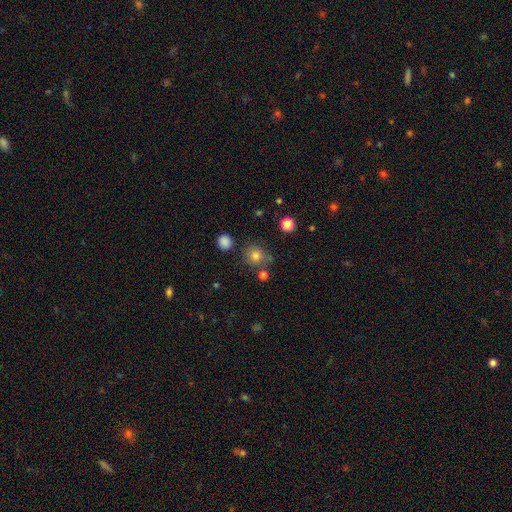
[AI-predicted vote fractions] smooth 78%, star or artifact 14%, featured or disk 8%. Down the decision tree: how rounded — round (89%); merging — none (74%).